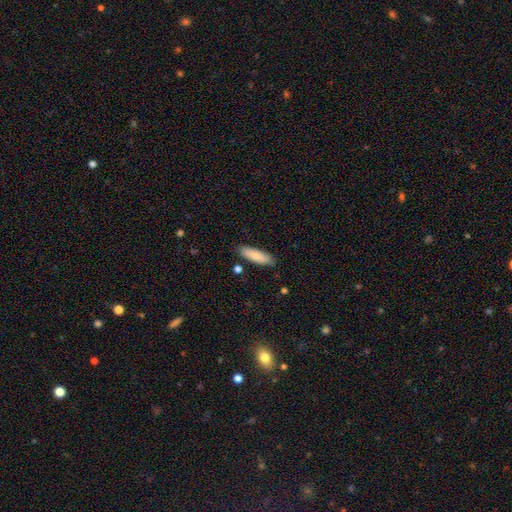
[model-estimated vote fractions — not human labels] Smooth or featured? Predicted: smooth (p=0.84). How rounded? Predicted: cigar-shaped (p=0.53). Merging? Predicted: none (p=0.85).